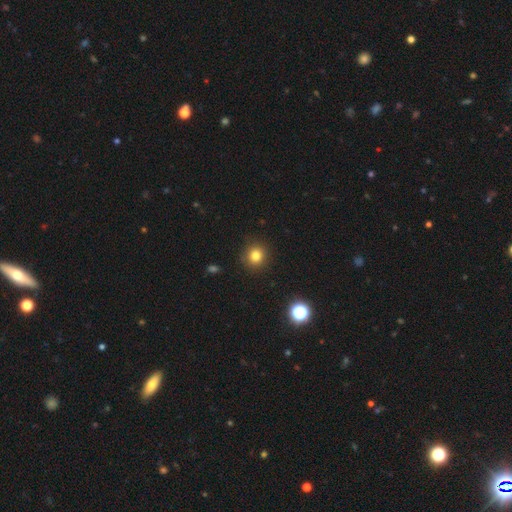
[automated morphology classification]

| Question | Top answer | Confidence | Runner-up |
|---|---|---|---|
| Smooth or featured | smooth | 81% | star or artifact (14%) |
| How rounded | round | 91% | in between (8%) |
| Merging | none | 91% | minor disturbance (6%) |